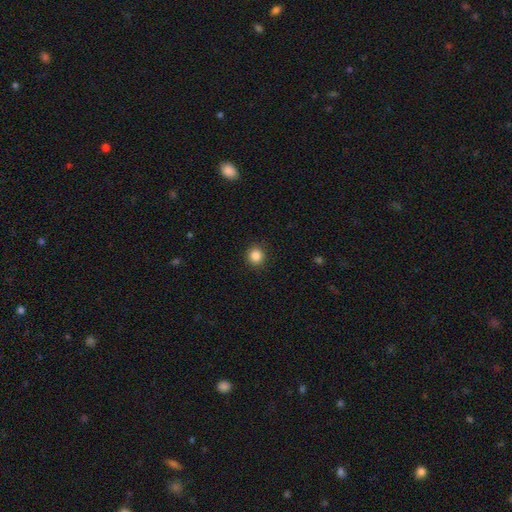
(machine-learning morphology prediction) This is clearly a smooth galaxy (86%). How rounded: clearly round (92%). Merging: clearly none (92%).